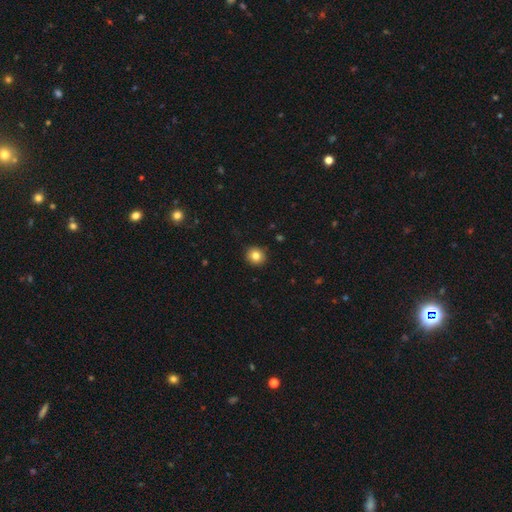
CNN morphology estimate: A smooth galaxy with no disk features (82%) that is round (91%).

Vote fractions:
- Smooth or featured? smooth: 82% / star or artifact: 11% / featured or disk: 8%
- How rounded? round: 91% / in between: 8% / cigar-shaped: 1%
- Merging? none: 92% / minor disturbance: 6% / major disturbance: 2% / merger: 1%